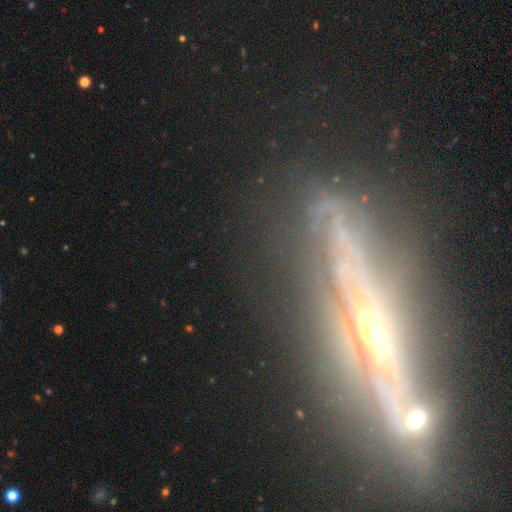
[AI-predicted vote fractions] Smooth or featured: featured or disk — 59% (star or artifact — 25%)
Edge-on disk: yes — 54% (no — 46%)
Merging: none — 74% (minor disturbance — 13%)